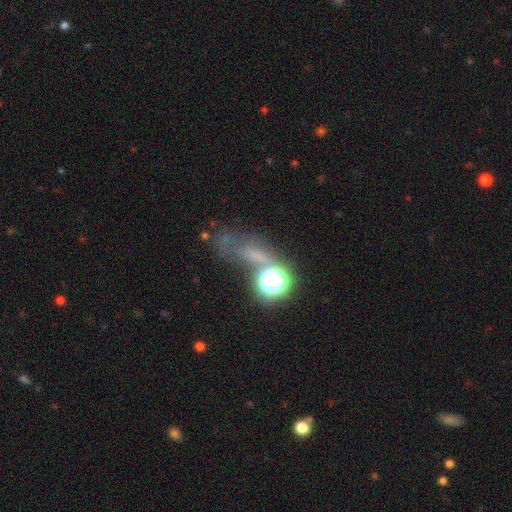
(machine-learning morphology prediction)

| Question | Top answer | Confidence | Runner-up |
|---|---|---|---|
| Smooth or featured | smooth | 43% | star or artifact (38%) |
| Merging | none | 40% | major disturbance (28%) |